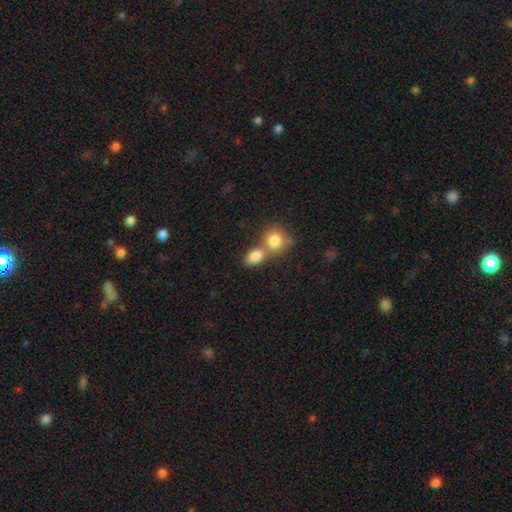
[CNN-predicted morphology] A smooth galaxy with no disk features (82%) that is in between round and cigar-shaped (63%). Merging: merger (52%).